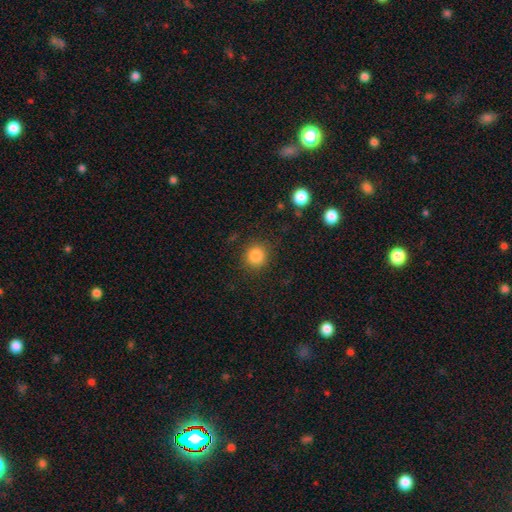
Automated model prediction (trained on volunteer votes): This appears to be a smooth galaxy with no disk features (85%) that is round (91%). Merging: none (88%).